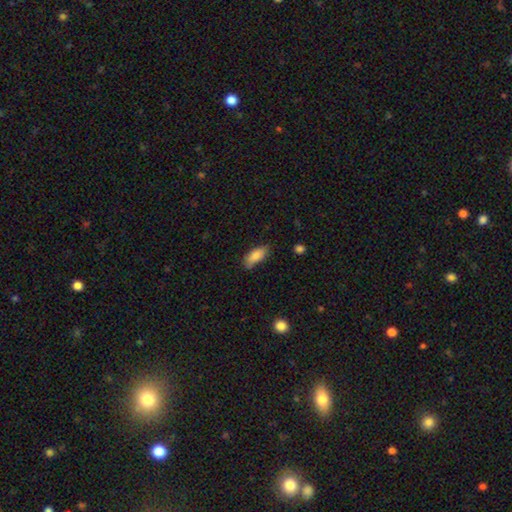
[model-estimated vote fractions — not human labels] Smooth or featured?
  - smooth: 83% *
  - featured or disk: 10%
  - star or artifact: 7%
How rounded?
  - in between: 80% *
  - cigar-shaped: 18%
  - round: 2%
Merging?
  - none: 71% *
  - minor disturbance: 23%
  - major disturbance: 4%
  - merger: 2%